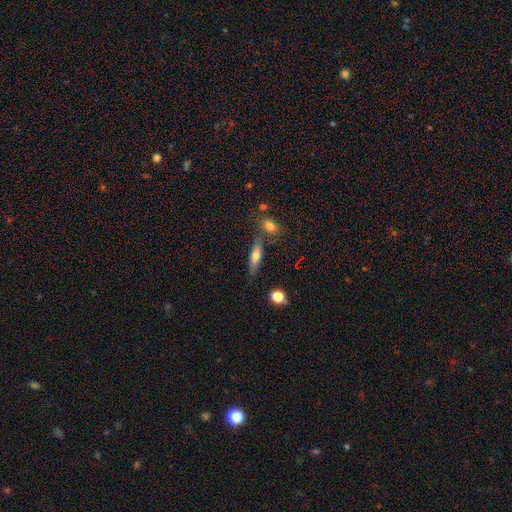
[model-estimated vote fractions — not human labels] A smooth galaxy with no disk features (64%) that is cigar-shaped (53%).

Vote fractions:
- Smooth or featured? smooth: 64% / featured or disk: 28% / star or artifact: 9%
- How rounded? cigar-shaped: 53% / in between: 44% / round: 3%
- Merging? none: 71% / minor disturbance: 15% / merger: 10% / major disturbance: 4%